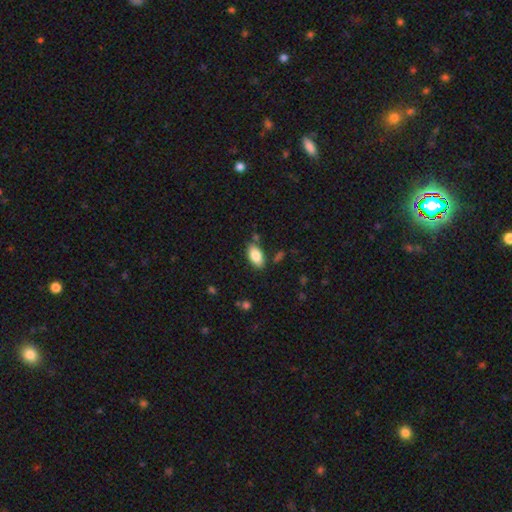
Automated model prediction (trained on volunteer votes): Morphology: type=smooth (84%); roundness=in between (93%); merging=none (81%).